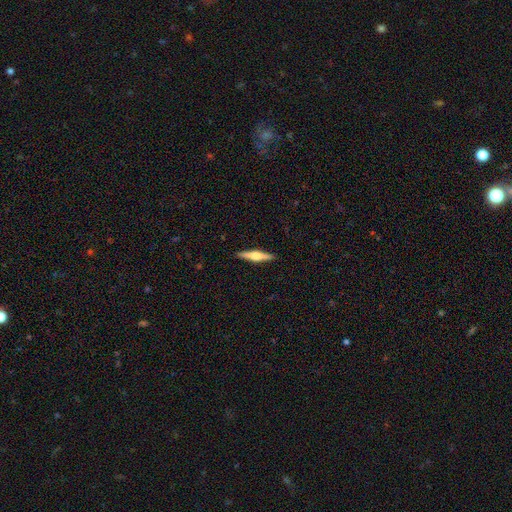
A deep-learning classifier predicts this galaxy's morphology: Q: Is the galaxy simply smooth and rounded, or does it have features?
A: featured or disk — 66%.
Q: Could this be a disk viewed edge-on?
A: yes — 98%.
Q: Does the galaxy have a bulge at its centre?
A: rounded — 89%.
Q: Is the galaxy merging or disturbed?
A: none — 91%.